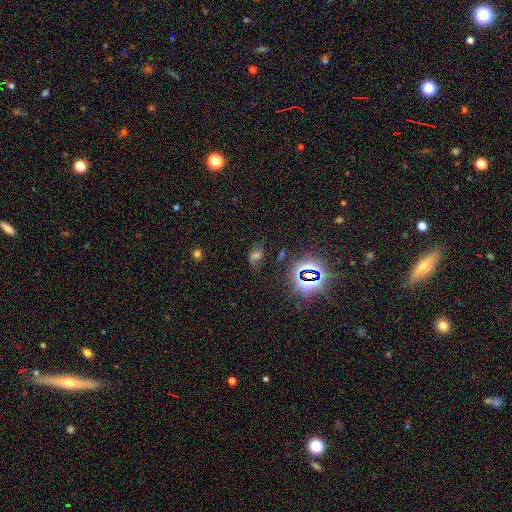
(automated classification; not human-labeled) Smooth or featured? Predicted: star or artifact (p=0.40).